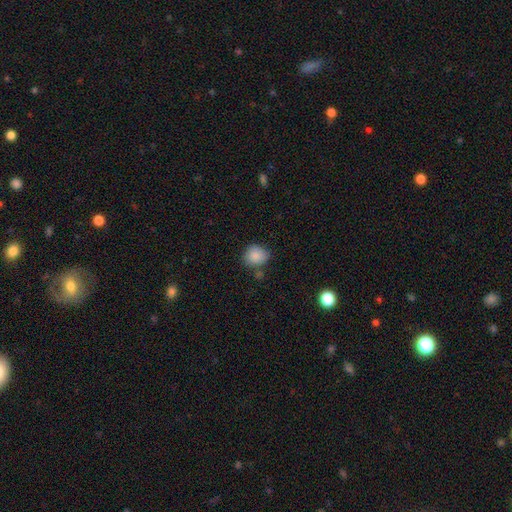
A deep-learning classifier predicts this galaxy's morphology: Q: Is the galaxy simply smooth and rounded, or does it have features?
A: smooth — 87%.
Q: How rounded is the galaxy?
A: round — 75%.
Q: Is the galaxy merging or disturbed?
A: none — 71%.